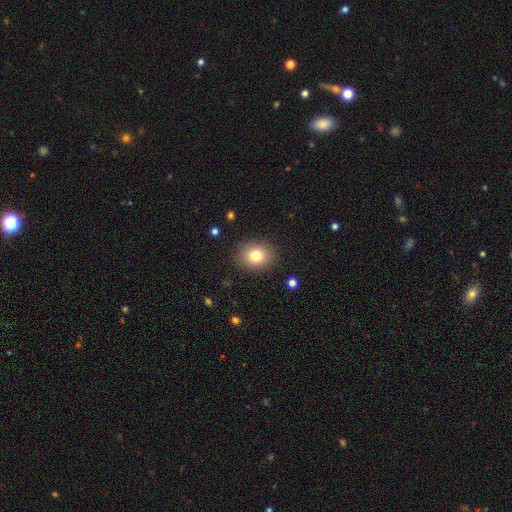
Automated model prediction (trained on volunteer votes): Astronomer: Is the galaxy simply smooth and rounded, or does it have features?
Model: smooth — 80%.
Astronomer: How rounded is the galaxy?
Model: round — 58% (runner-up: in between, 41%).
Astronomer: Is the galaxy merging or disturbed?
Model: none — 88%.